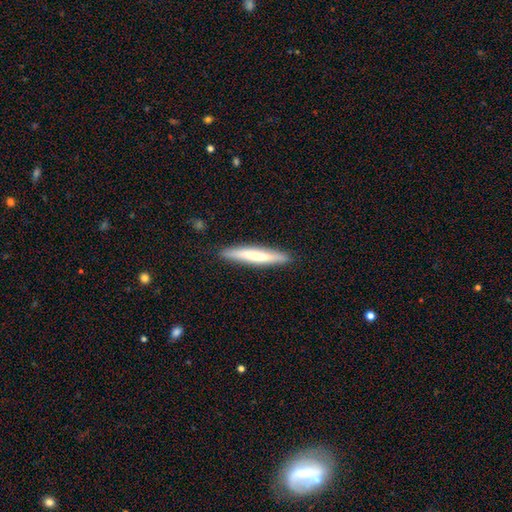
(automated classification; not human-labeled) The model was most divided on "smooth or featured": smooth: 54%, featured or disk: 39%, star or artifact: 7%. More confident: how rounded — cigar-shaped (94%); merging — none (88%).